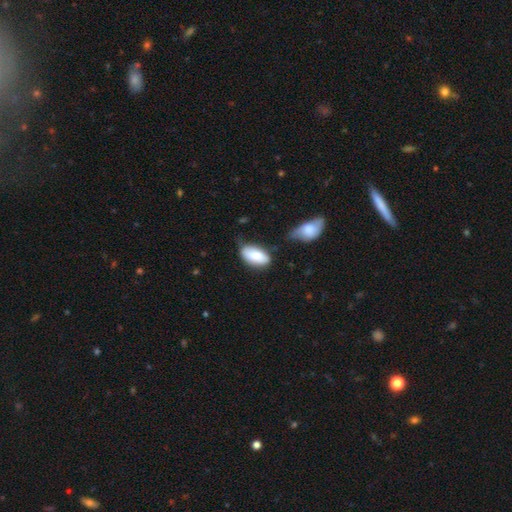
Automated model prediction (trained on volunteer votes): Smooth or featured? Predicted: smooth (p=0.78). How rounded? Predicted: in between (p=0.93). Merging? Predicted: none (p=0.51).